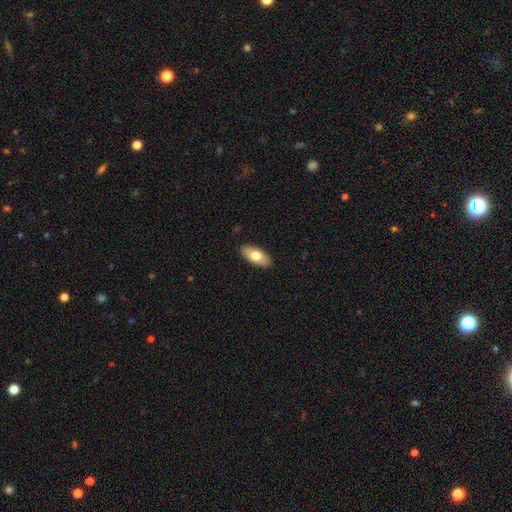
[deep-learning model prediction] Morphology: type=smooth (74%); roundness=in between (90%); merging=none (89%).